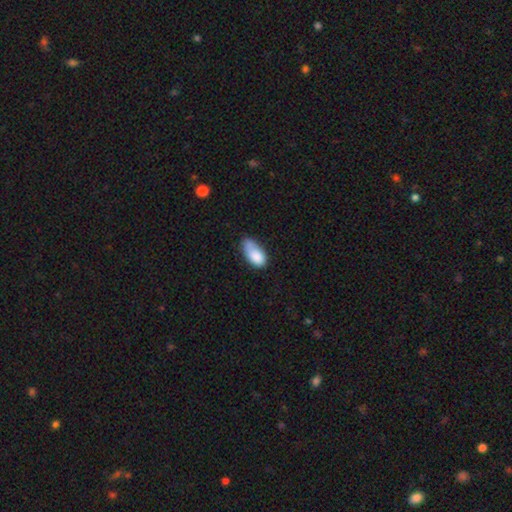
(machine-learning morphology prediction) Q: Smooth or featured?
A: smooth (83%); runner-up: featured or disk (9%)
Q: How rounded?
A: in between (91%); runner-up: cigar-shaped (5%)
Q: Merging?
A: minor disturbance (39%); tied with: none (39%)